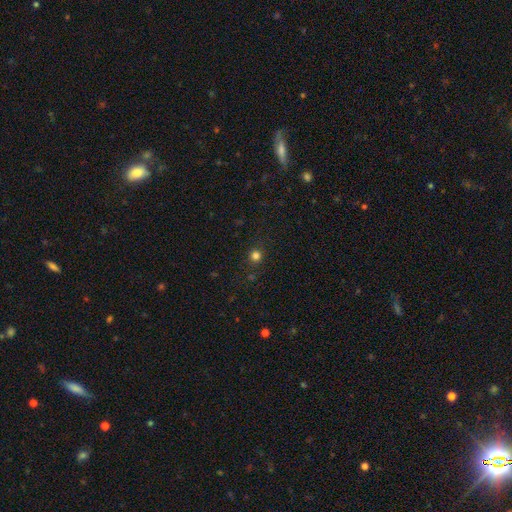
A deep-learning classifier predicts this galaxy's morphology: smooth_or_featured: smooth (p=0.79) [alt: star or artifact p=0.16]
how_rounded: round (p=0.93) [alt: in between p=0.06]
merging: none (p=0.89) [alt: minor disturbance p=0.07]